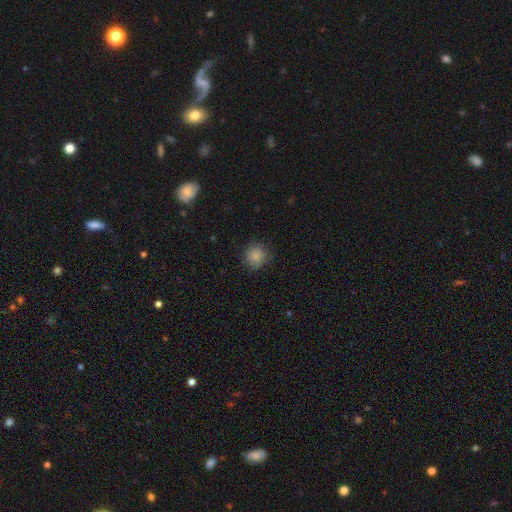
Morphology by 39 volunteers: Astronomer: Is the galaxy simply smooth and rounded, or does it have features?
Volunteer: smooth — 87%.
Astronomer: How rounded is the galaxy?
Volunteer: round — 82%.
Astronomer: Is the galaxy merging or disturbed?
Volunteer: none — 77%.